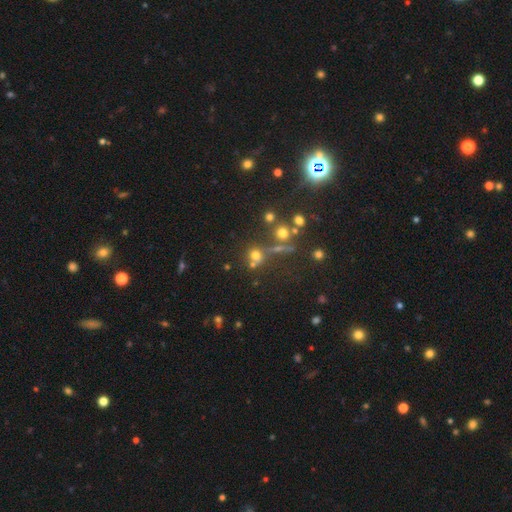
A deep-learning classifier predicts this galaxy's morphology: Smooth or featured: smooth — 62% (star or artifact — 25%)
How rounded: round — 87% (in between — 11%)
Merging: none — 58% (merger — 26%)